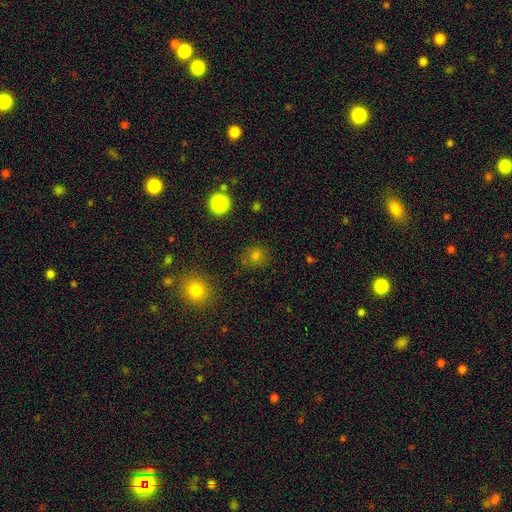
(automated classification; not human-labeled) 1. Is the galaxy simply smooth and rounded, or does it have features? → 72% smooth, 22% star or artifact, 6% featured or disk.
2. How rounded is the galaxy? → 86% round, 13% in between, 1% cigar-shaped.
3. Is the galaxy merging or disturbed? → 84% none, 10% minor disturbance, 3% major disturbance, 3% merger.